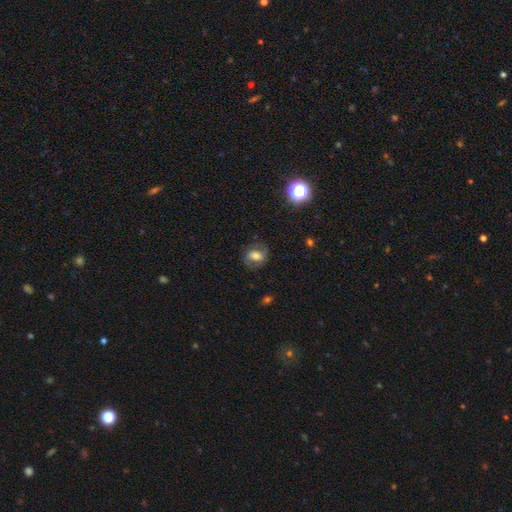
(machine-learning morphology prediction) Smooth or featured? featured or disk (48%)
Merging? none (73%)